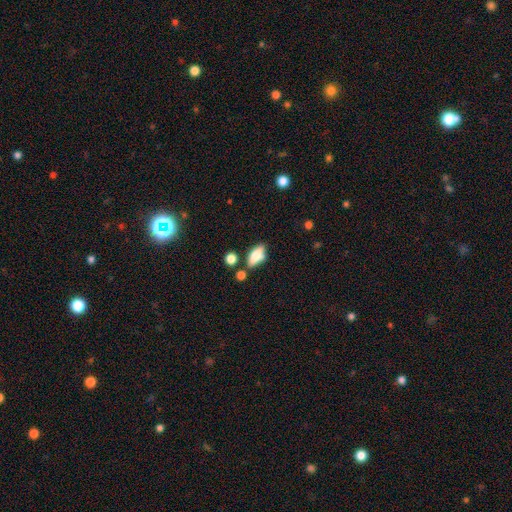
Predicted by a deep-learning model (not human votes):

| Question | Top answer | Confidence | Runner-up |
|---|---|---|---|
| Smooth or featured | smooth | 70% | featured or disk (22%) |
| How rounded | in between | 80% | cigar-shaped (16%) |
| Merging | none | 62% | minor disturbance (20%) |